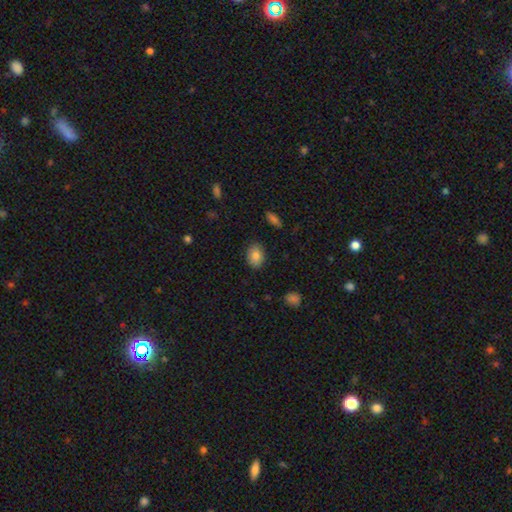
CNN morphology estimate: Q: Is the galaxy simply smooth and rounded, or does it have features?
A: smooth — 82%.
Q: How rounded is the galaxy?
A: in between — 73%.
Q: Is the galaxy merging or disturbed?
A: none — 86%.